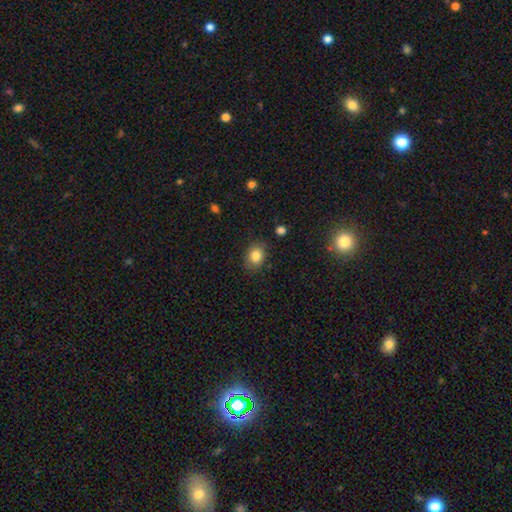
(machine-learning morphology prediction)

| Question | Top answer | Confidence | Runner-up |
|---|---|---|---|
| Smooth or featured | smooth | 84% | star or artifact (9%) |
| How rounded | in between | 60% | round (39%) |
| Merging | none | 83% | minor disturbance (13%) |